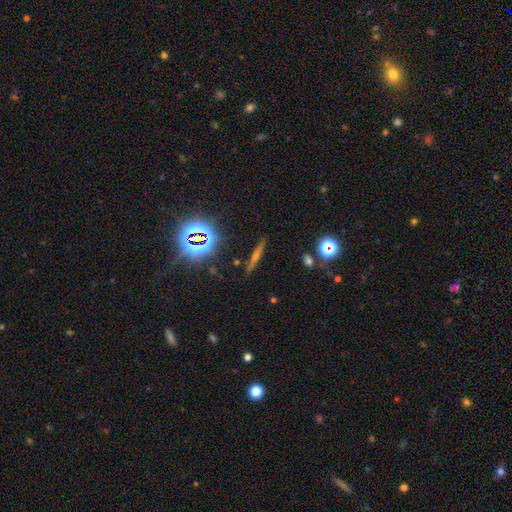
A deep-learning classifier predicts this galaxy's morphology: smooth-or-featured: featured or disk: 44% | smooth: 28% | star or artifact: 28%
  merging: none: 88% | minor disturbance: 8% | major disturbance: 2% | merger: 2%